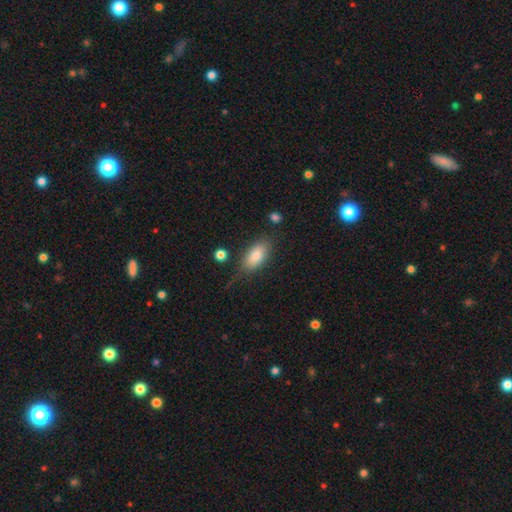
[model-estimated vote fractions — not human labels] smooth 79%, featured or disk 14%, star or artifact 8%. Down the decision tree: how rounded — in between (88%); merging — none (70%).